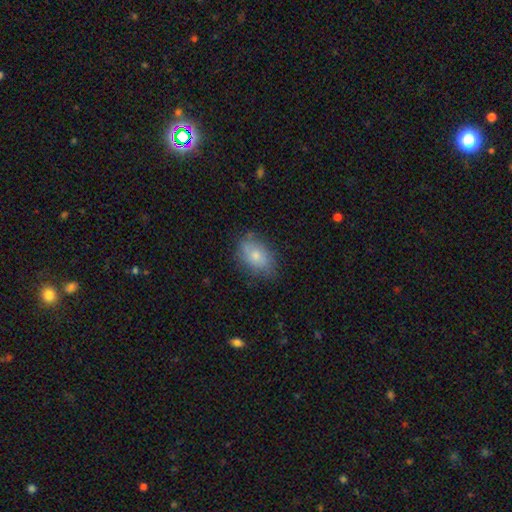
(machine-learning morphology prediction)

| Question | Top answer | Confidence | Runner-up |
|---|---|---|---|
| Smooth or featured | smooth | 71% | featured or disk (21%) |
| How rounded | in between | 84% | round (14%) |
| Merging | none | 70% | minor disturbance (23%) |